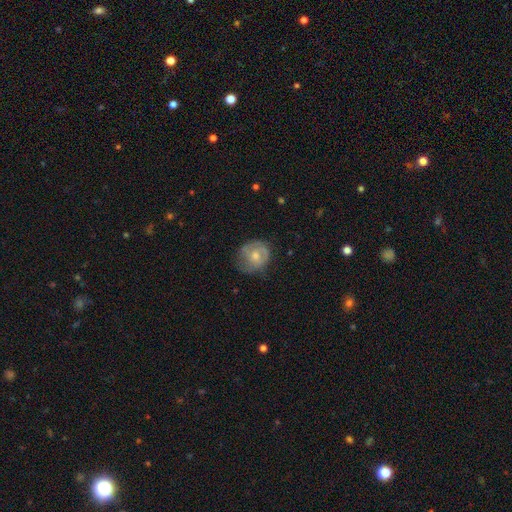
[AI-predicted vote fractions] Smooth or featured?
  - smooth: 47% *
  - featured or disk: 46%
  - star or artifact: 7%
Merging?
  - none: 57% *
  - minor disturbance: 28%
  - major disturbance: 13%
  - merger: 1%